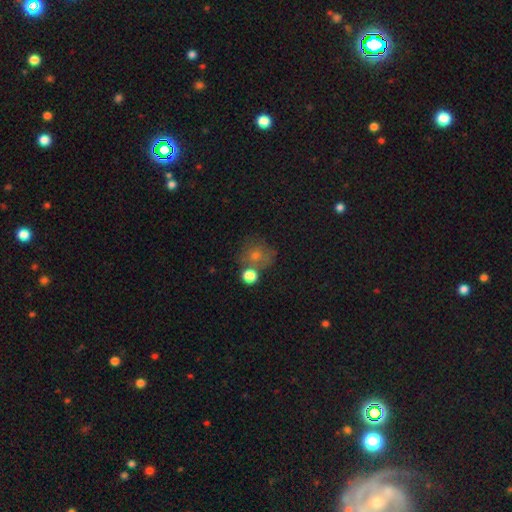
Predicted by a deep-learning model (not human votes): Morphology: type=smooth (60%); roundness=round (84%); merging=none (60%).